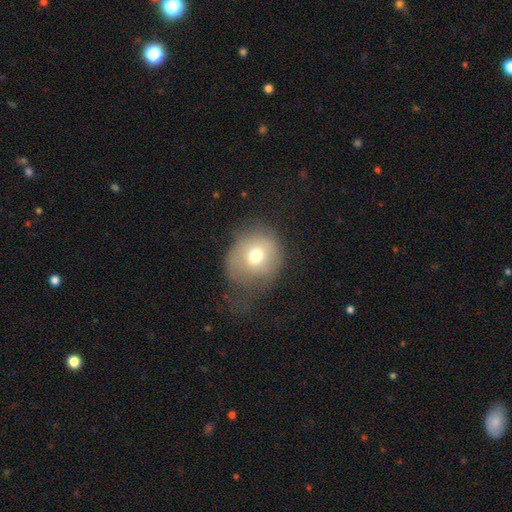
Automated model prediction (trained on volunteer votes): Q: Smooth or featured?
A: smooth (67%); runner-up: featured or disk (22%)
Q: How rounded?
A: round (75%); runner-up: in between (24%)
Q: Merging?
A: none (40%); runner-up: major disturbance (29%)